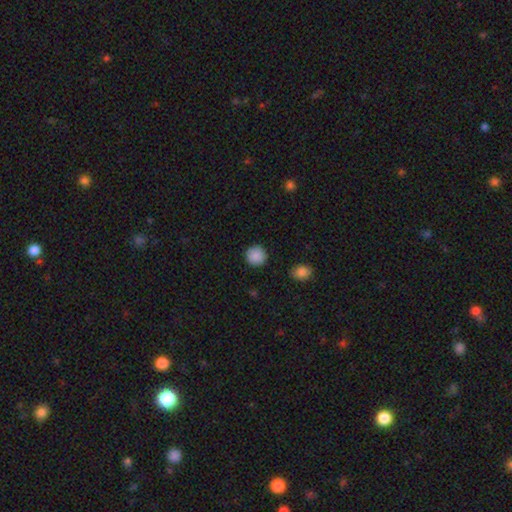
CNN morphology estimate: smooth_or_featured: smooth (p=0.88) [alt: star or artifact p=0.08]
how_rounded: round (p=0.94) [alt: in between p=0.05]
merging: none (p=0.89) [alt: minor disturbance p=0.07]